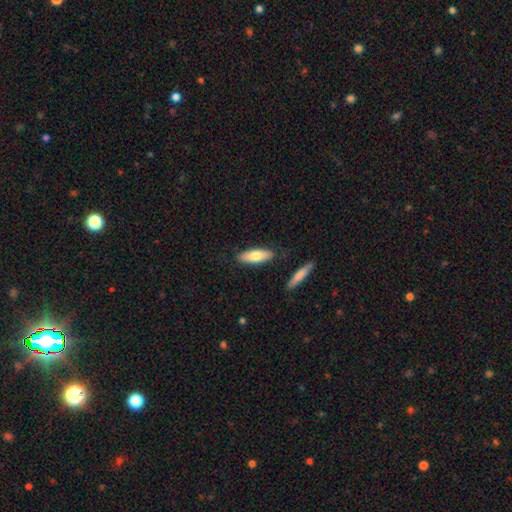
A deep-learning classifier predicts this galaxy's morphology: Smooth or featured: smooth — 74% (featured or disk — 21%)
How rounded: in between — 57% (cigar-shaped — 41%)
Merging: none — 84% (minor disturbance — 10%)